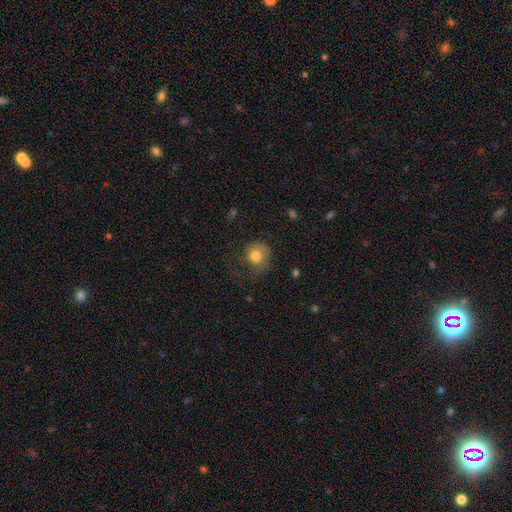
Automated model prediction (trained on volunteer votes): Smooth or featured? smooth (73%)
How rounded? round (81%)
Merging? none (47%)